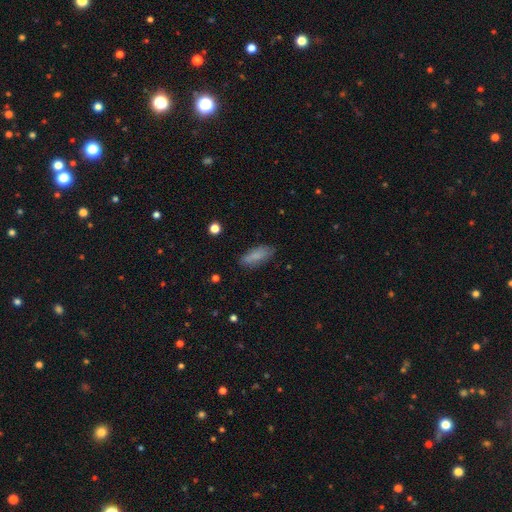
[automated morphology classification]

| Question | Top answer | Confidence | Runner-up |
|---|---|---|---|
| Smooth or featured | smooth | 82% | featured or disk (11%) |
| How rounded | in between | 72% | cigar-shaped (26%) |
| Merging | none | 80% | minor disturbance (15%) |